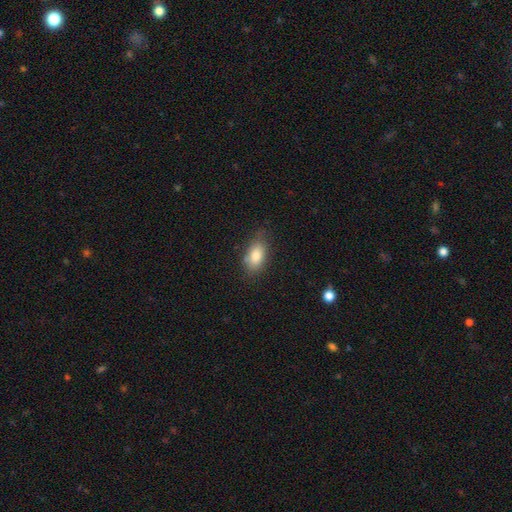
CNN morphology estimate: type=smooth (83%); roundness=in between (90%); merging=none (72%).